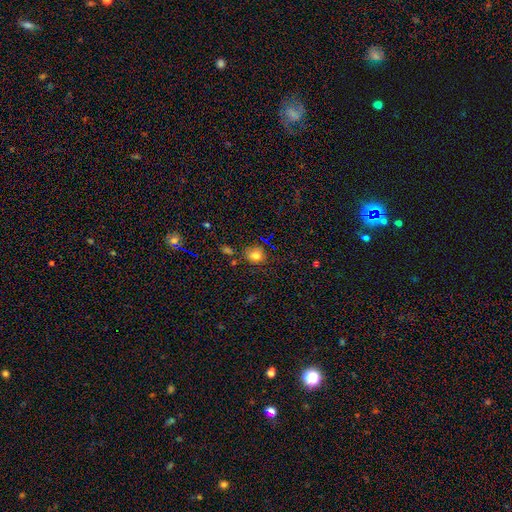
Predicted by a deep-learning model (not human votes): This appears to be a smooth galaxy with no disk features (78%) that is round (73%). Merging: none (79%).